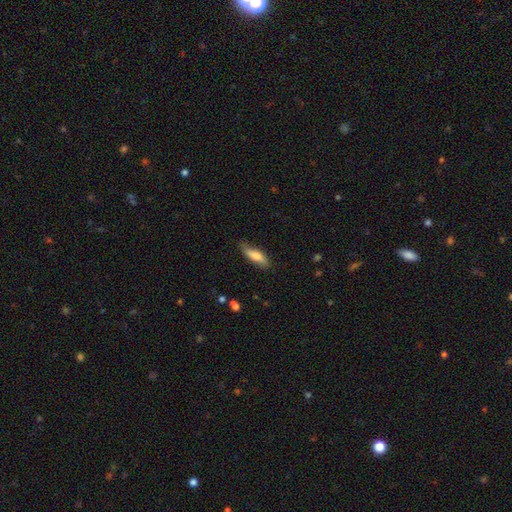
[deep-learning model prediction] This is likely a smooth galaxy (73%). How rounded: possibly cigar-shaped (51%). Merging: likely none (74%).